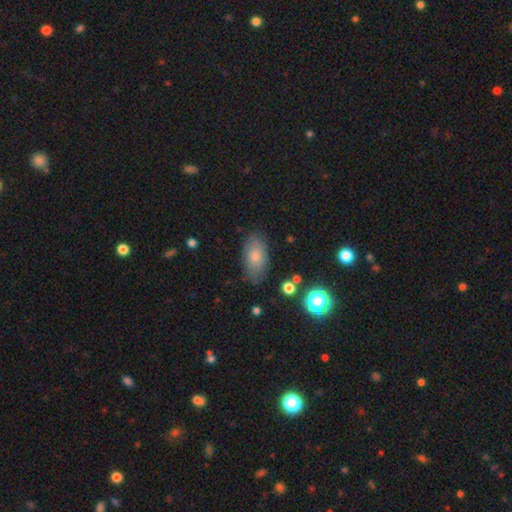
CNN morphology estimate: The model was most divided on "smooth or featured": smooth: 75%, featured or disk: 14%, star or artifact: 11%. More confident: how rounded — in between (90%); merging — none (83%).